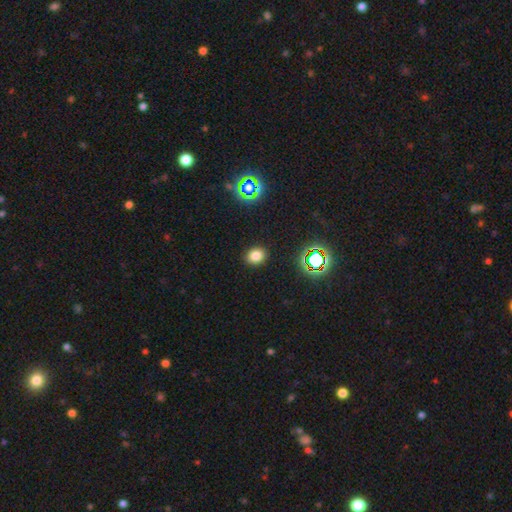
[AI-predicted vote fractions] A smooth galaxy with no disk features (78%) that is in between round and cigar-shaped (50%).

Vote fractions:
- Smooth or featured? smooth: 78% / star or artifact: 16% / featured or disk: 6%
- How rounded? in between: 50% / round: 49% / cigar-shaped: 1%
- Merging? none: 89% / minor disturbance: 7% / major disturbance: 2% / merger: 1%